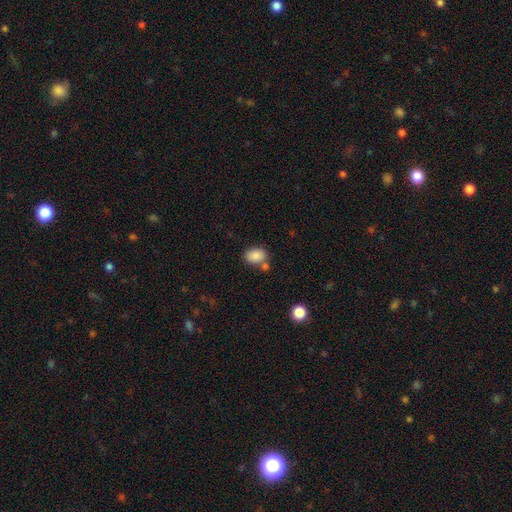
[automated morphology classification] This appears to be a smooth galaxy with no disk features (86%) that is in between round and cigar-shaped (77%). Merging: none (61%).